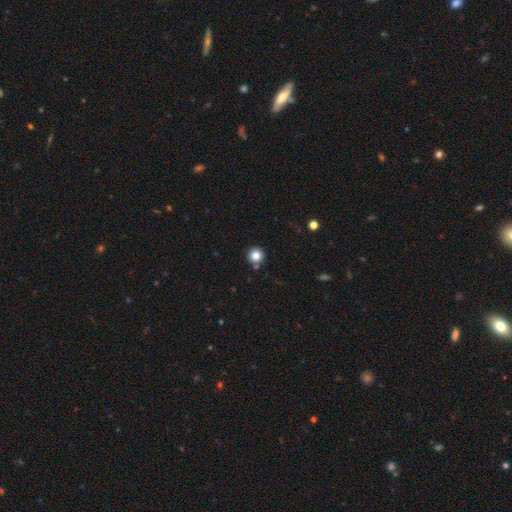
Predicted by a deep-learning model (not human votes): A smooth galaxy with no disk features (83%) that is round (95%).

Vote fractions:
- Smooth or featured? smooth: 83% / star or artifact: 12% / featured or disk: 6%
- How rounded? round: 95% / in between: 4% / cigar-shaped: 1%
- Merging? none: 86% / minor disturbance: 7% / merger: 5% / major disturbance: 2%